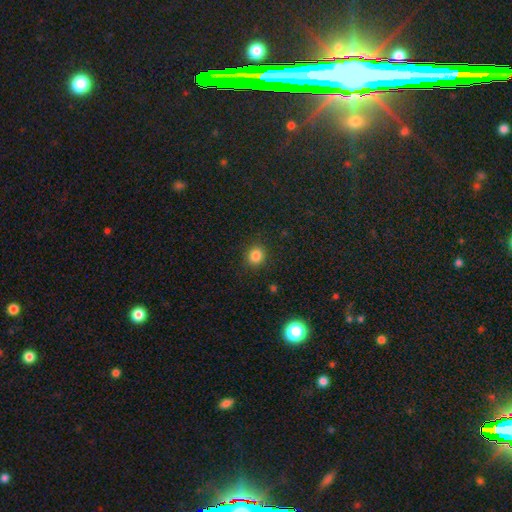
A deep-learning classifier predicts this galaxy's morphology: Overall: smooth (84%). How rounded: round (84%). Merging: none (89%).